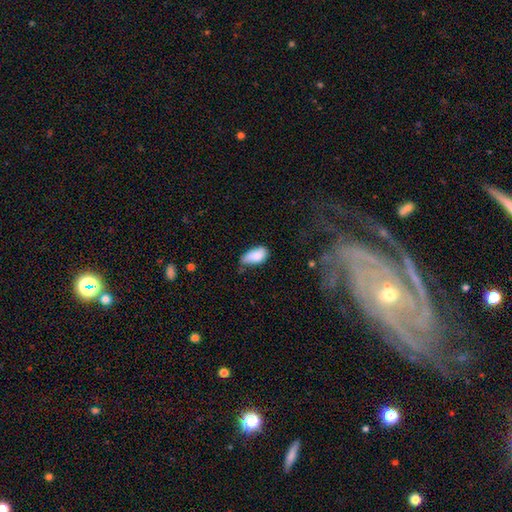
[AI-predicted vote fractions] This appears to be a smooth galaxy with no disk features (86%) that is in between round and cigar-shaped (93%). Merging: minor disturbance (43%).